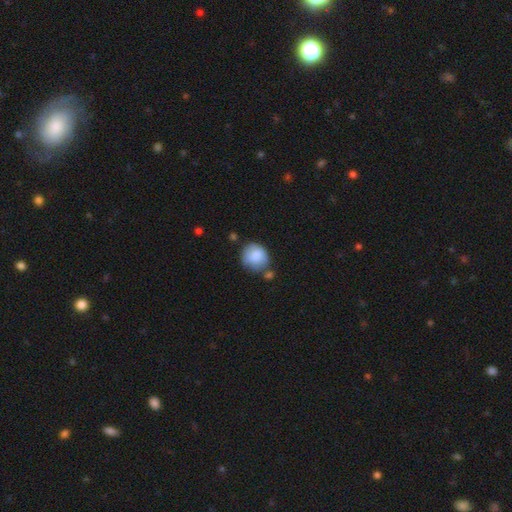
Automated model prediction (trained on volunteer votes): smooth 82%, featured or disk 11%, star or artifact 7%. Down the decision tree: how rounded — round (86%); merging — none (62%).